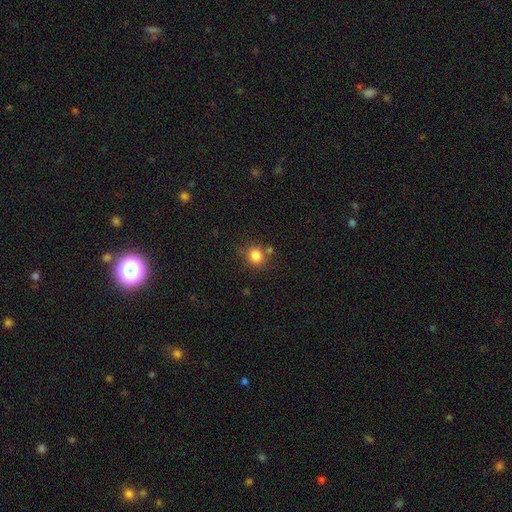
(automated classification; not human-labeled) This appears to be a smooth galaxy with no disk features (83%) that is round (84%). Merging: none (72%).